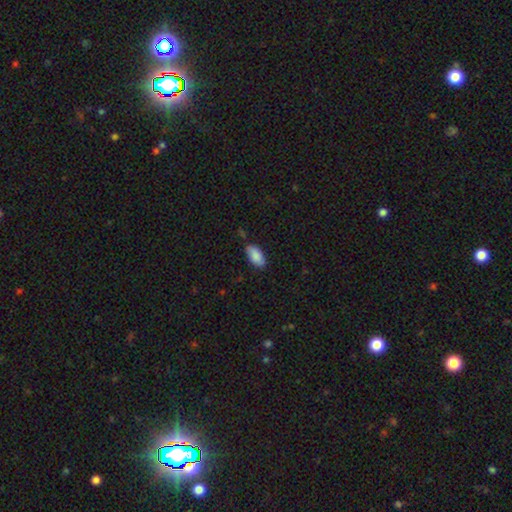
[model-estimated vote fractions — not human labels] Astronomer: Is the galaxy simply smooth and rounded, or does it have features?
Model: smooth — 87%.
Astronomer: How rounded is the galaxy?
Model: in between — 92%.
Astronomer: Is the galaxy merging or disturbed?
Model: none — 78%.